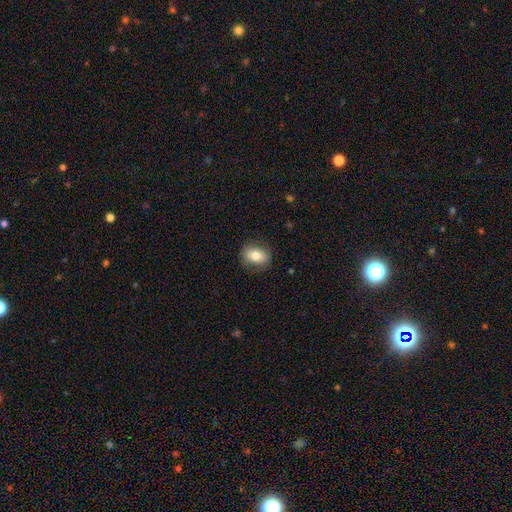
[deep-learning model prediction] Overall: smooth (76%). How rounded: in between (67%; round 32%). Merging: none (83%).